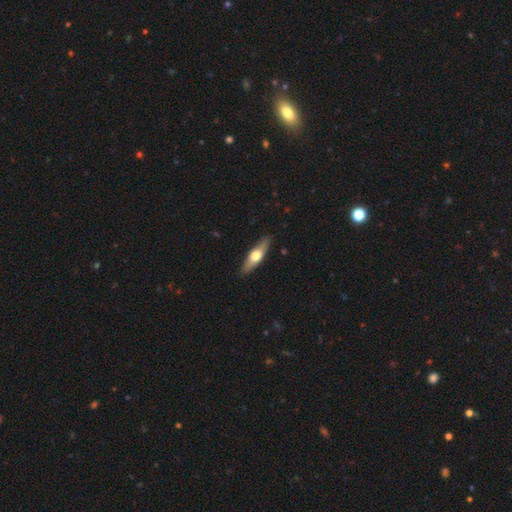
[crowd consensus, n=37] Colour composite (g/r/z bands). It shows a featured or disk galaxy (51%) viewed edge-on (95%) with a rounded central bulge (100%). Merging: none (89%).